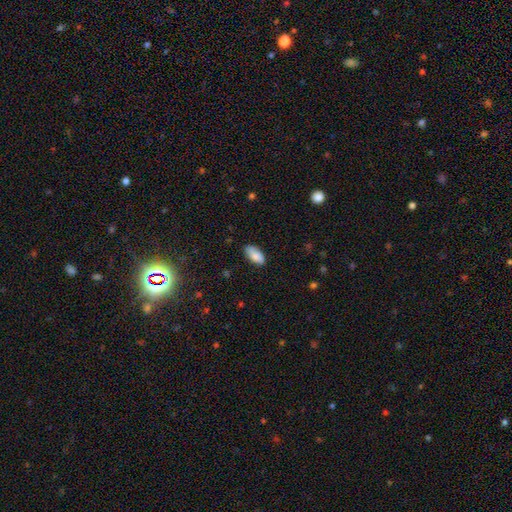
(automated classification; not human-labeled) smooth 84%, featured or disk 9%, star or artifact 7%. Down the decision tree: how rounded — in between (90%); merging — none (77%).